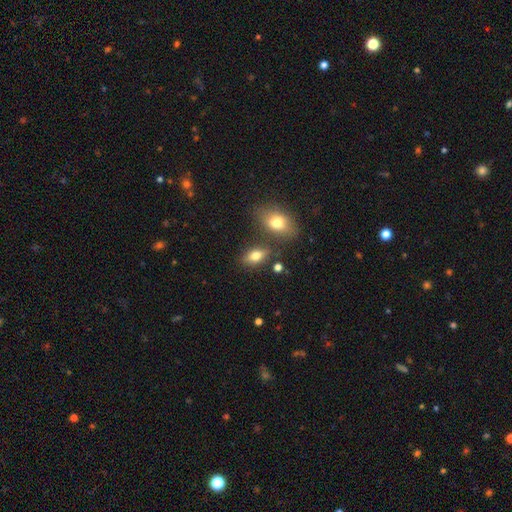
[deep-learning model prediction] Morphology: type=smooth (74%); roundness=in between (85%); merging=none (74%).